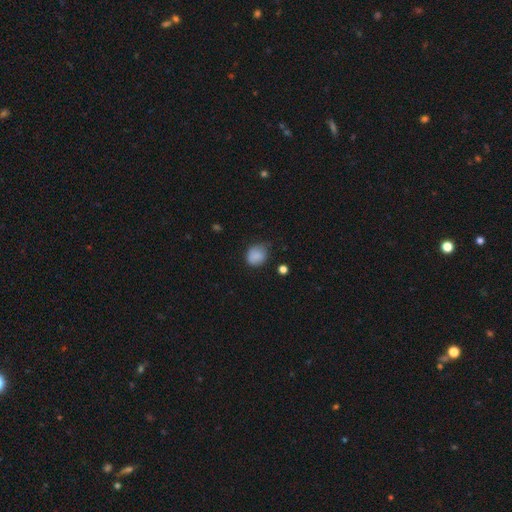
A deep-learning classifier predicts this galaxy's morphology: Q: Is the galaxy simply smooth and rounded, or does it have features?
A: smooth — 84%.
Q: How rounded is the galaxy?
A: round — 67%.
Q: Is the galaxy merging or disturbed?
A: none — 64%.